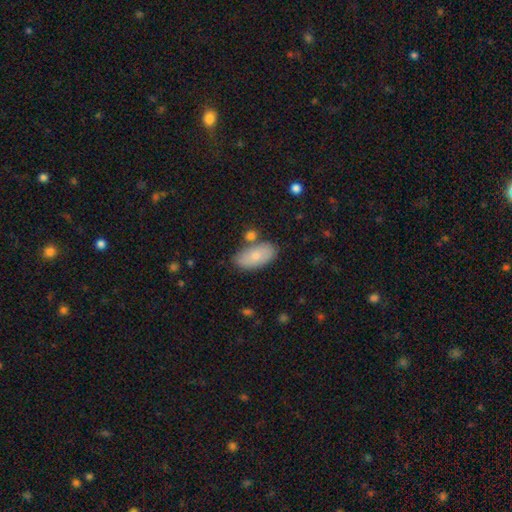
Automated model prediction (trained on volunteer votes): smooth 77%, featured or disk 17%, star or artifact 6%. Down the decision tree: how rounded — in between (92%); merging — none (71%).